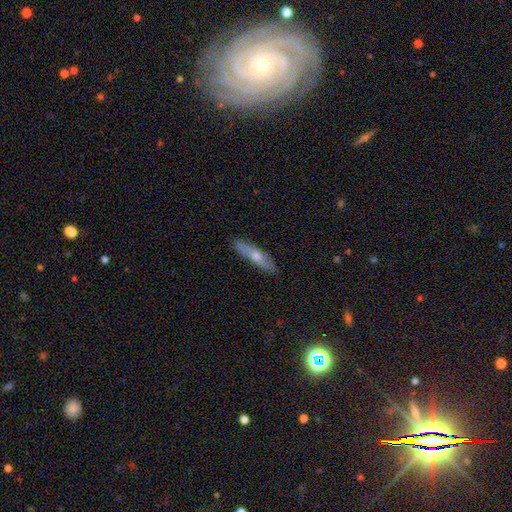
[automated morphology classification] smooth 47%, featured or disk 45%, star or artifact 7%. Down the decision tree: merging — none (86%).